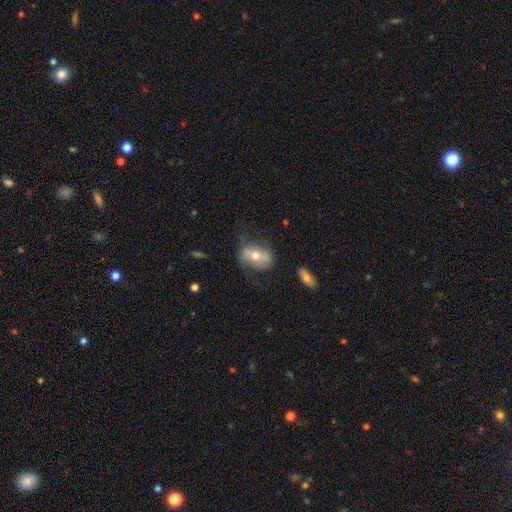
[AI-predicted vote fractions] A featured or disk galaxy (53%).

Vote fractions:
- Smooth or featured? featured or disk: 53% / smooth: 39% / star or artifact: 8%
- Edge-on disk? no: 88% / yes: 12%
- Merging? none: 60% / minor disturbance: 24% / major disturbance: 14% / merger: 2%